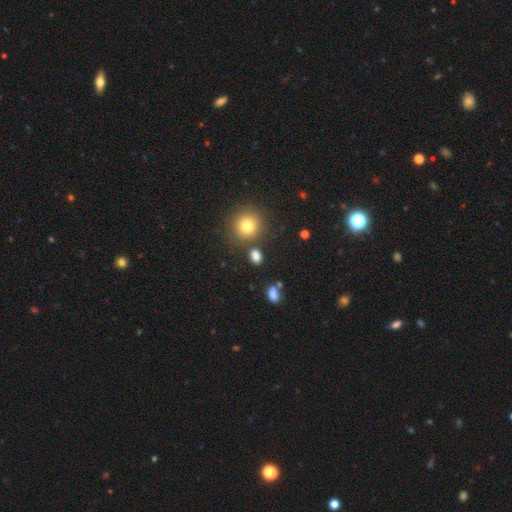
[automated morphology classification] A smooth galaxy with no disk features (81%) that is in between round and cigar-shaped (57%). Merging: none (78%).